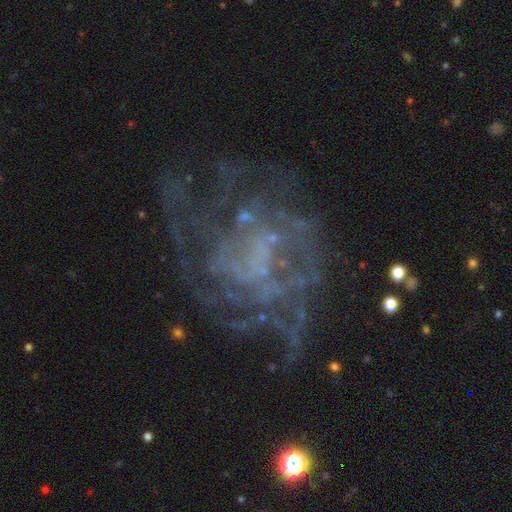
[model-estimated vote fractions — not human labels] featured or disk 77%, star or artifact 14%, smooth 9%. Down the decision tree: edge-on disk — no (98%); bar — no (63%); spiral arms — yes (75%); spiral arm count — can't tell (52%); spiral winding — tight (43%); bulge size — none (63%); merging — none (54%).